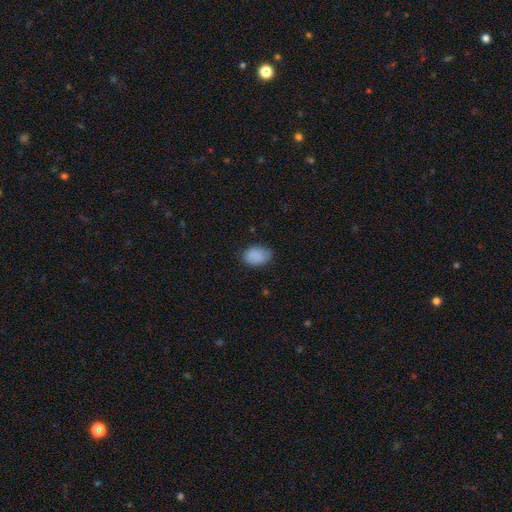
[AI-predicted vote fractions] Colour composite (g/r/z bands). It shows a smooth galaxy with no disk features (88%) that is in between round and cigar-shaped (80%). Merging: none (75%).